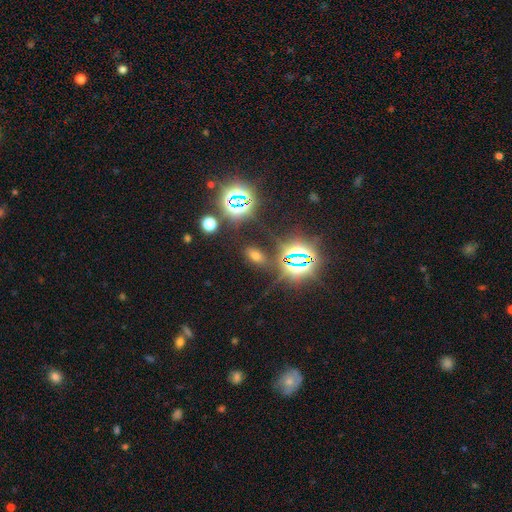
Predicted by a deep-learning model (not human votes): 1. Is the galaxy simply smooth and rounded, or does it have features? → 48% smooth, 44% star or artifact, 9% featured or disk.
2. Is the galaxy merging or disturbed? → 82% none, 10% minor disturbance, 4% major disturbance, 4% merger.